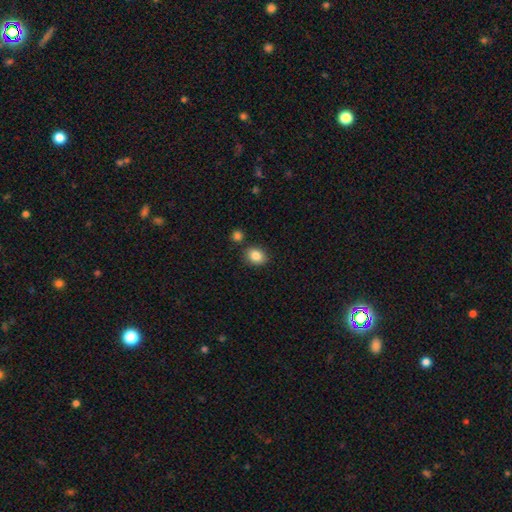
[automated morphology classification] This appears to be a smooth galaxy with no disk features (85%) that is in between round and cigar-shaped (54%). Merging: none (81%).